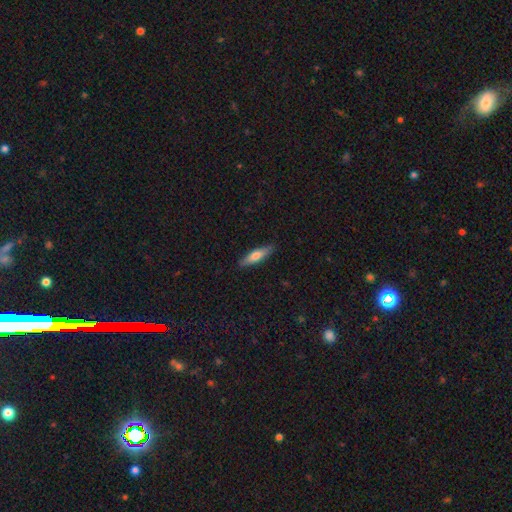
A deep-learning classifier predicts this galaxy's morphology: Smooth or featured? Predicted: smooth (p=0.67). How rounded? Predicted: cigar-shaped (p=0.68). Merging? Predicted: none (p=0.86).